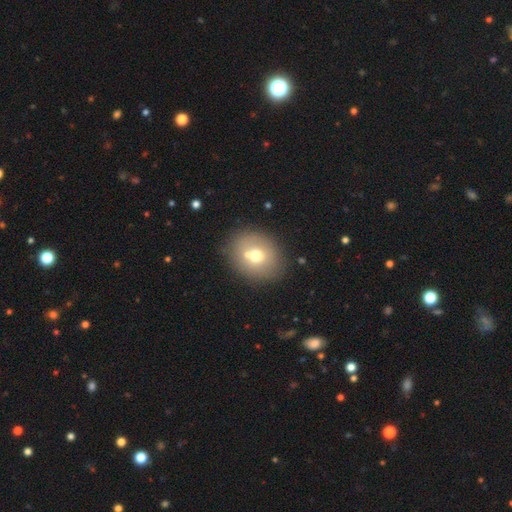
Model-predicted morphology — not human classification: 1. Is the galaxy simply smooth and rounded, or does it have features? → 66% smooth, 22% featured or disk, 12% star or artifact.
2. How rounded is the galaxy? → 61% round, 38% in between, 1% cigar-shaped.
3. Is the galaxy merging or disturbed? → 69% none, 16% merger, 11% minor disturbance, 4% major disturbance.